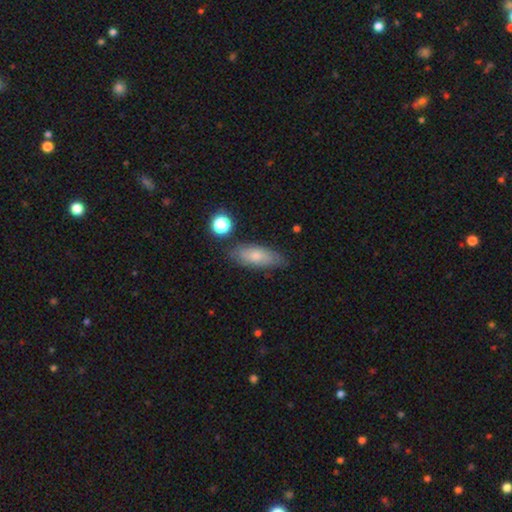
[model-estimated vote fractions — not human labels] smooth 67%, featured or disk 26%, star or artifact 8%. Down the decision tree: how rounded — in between (78%); merging — none (73%).